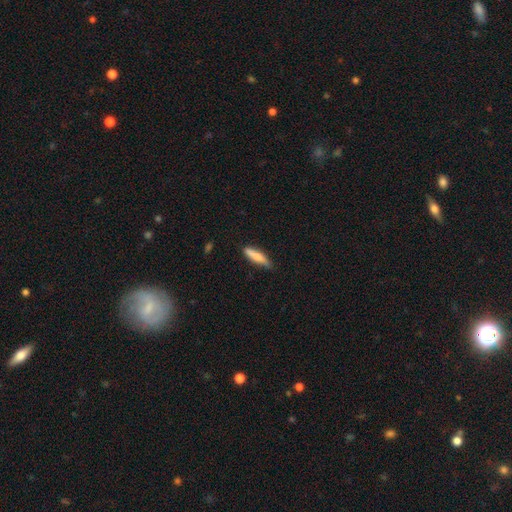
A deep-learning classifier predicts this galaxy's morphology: smooth-or-featured: smooth: 79% | featured or disk: 15% | star or artifact: 6%
  how-rounded: cigar-shaped: 75% | in between: 23% | round: 2%
  merging: none: 71% | minor disturbance: 23% | major disturbance: 4% | merger: 2%